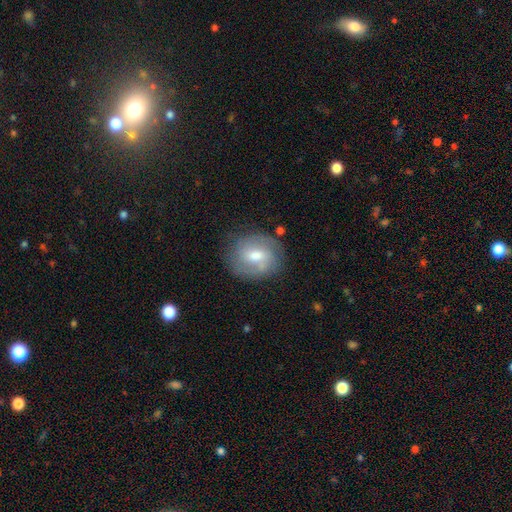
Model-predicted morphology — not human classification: A featured or disk galaxy (59%) with a weak bar (55%), spiral arms (80%) and a moderate central bulge (66%).

Vote fractions:
- Smooth or featured? featured or disk: 59% / smooth: 33% / star or artifact: 8%
- Edge-on disk? no: 96% / yes: 4%
- Bar? weak: 55% / no: 29% / strong: 16%
- Spiral arms? yes: 80% / no: 20%
- Bulge size? moderate: 66% / small: 23% / large: 8% / none: 2% / dominant: 1%
- Merging? none: 76% / minor disturbance: 16% / major disturbance: 5% / merger: 2%